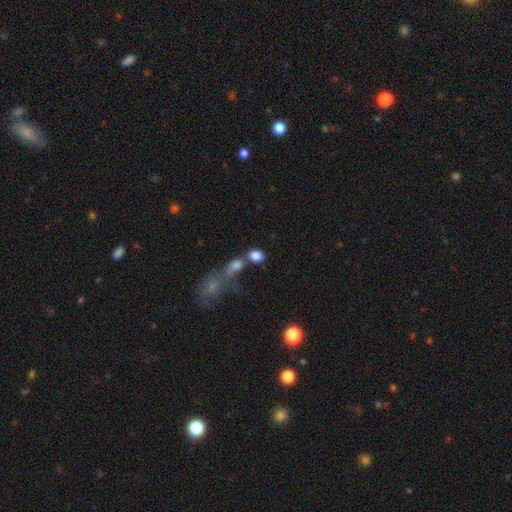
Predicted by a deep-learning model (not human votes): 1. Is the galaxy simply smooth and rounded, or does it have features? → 82% smooth, 10% star or artifact, 8% featured or disk.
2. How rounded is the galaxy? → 59% in between, 38% round, 3% cigar-shaped.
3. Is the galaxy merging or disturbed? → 48% merger, 35% none, 10% minor disturbance, 7% major disturbance.